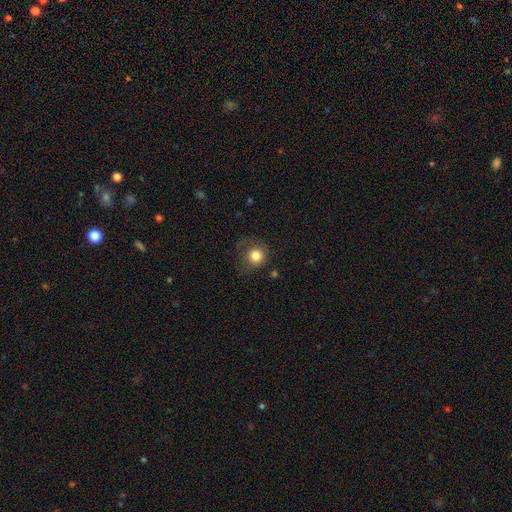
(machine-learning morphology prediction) A smooth galaxy with no disk features (81%) that is round (90%). Merging: none (64%).